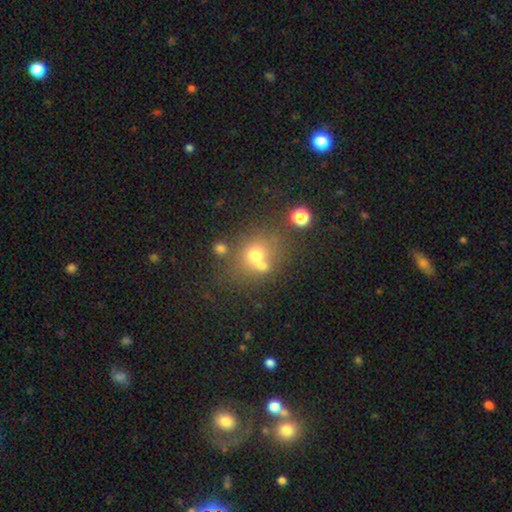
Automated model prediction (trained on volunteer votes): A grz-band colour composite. It shows a smooth galaxy with no disk features (65%) that is round (74%). Merging: none (51%).